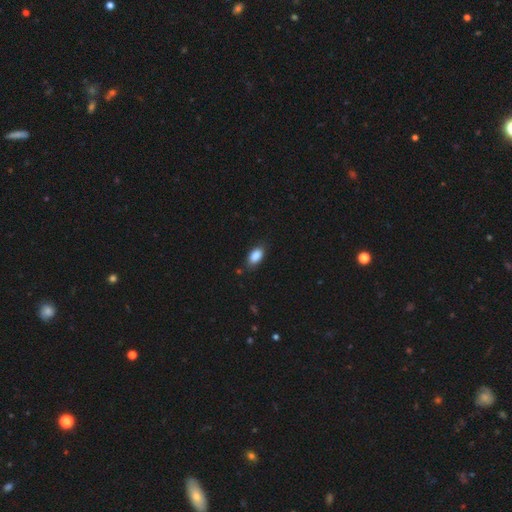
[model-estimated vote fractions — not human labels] smooth_or_featured: smooth (p=0.88) [alt: star or artifact p=0.07]
how_rounded: in between (p=0.91) [alt: cigar-shaped p=0.05]
merging: none (p=0.81) [alt: minor disturbance p=0.15]